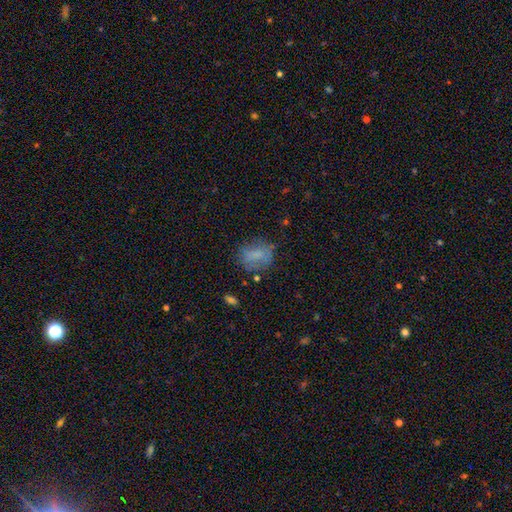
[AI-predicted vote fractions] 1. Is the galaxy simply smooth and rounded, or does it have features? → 66% smooth, 21% featured or disk, 12% star or artifact.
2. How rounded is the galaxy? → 54% in between, 44% round, 3% cigar-shaped.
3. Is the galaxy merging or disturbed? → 60% none, 23% minor disturbance, 13% major disturbance, 4% merger.